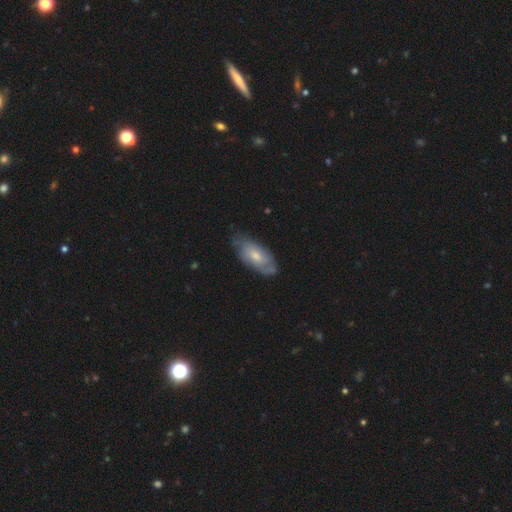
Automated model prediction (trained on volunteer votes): Smooth or featured? featured or disk (55%)
Edge-on disk? no (89%)
Merging? none (69%)